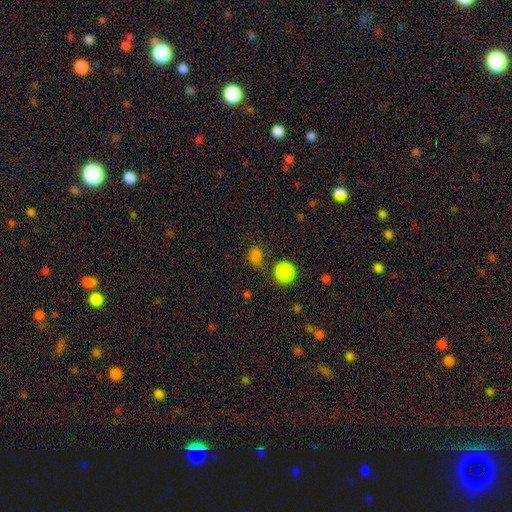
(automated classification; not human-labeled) Q: Smooth or featured?
A: smooth (78%); runner-up: star or artifact (18%)
Q: How rounded?
A: round (74%); runner-up: in between (24%)
Q: Merging?
A: none (70%); runner-up: minor disturbance (16%)